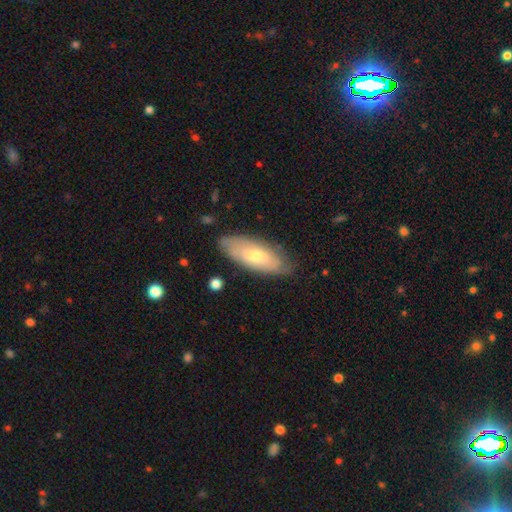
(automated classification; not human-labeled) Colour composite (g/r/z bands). It shows a smooth galaxy with no disk features (50%) that is in between round and cigar-shaped (75%). Merging: none (78%).